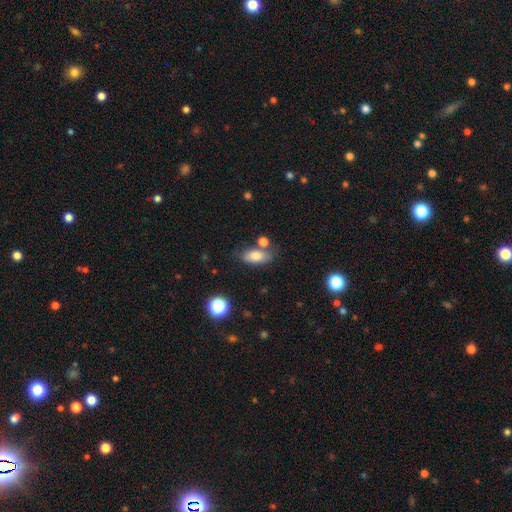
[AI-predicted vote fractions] Overall: smooth (78%). How rounded: in between (86%). Merging: none (65%).